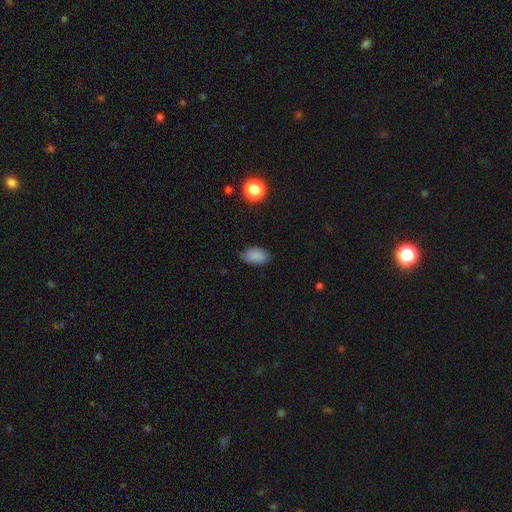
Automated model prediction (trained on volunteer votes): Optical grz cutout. It shows a smooth galaxy with no disk features (87%) that is in between round and cigar-shaped (91%). Merging: none (80%).